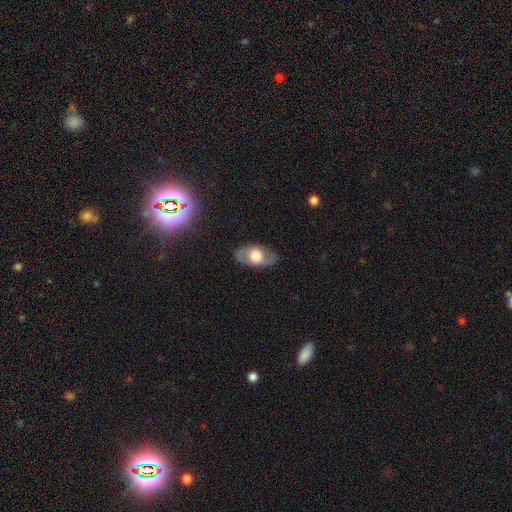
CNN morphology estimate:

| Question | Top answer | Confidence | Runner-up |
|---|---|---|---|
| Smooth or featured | smooth | 50% | featured or disk (43%) |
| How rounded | in between | 89% | round (9%) |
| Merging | none | 82% | minor disturbance (13%) |